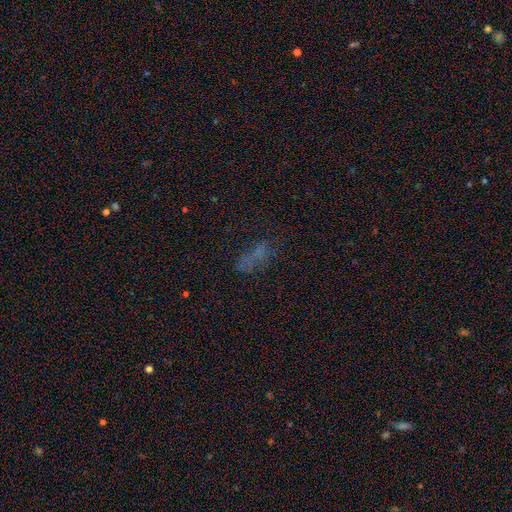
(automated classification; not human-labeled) Smooth or featured? smooth (47%)
Merging? none (50%)